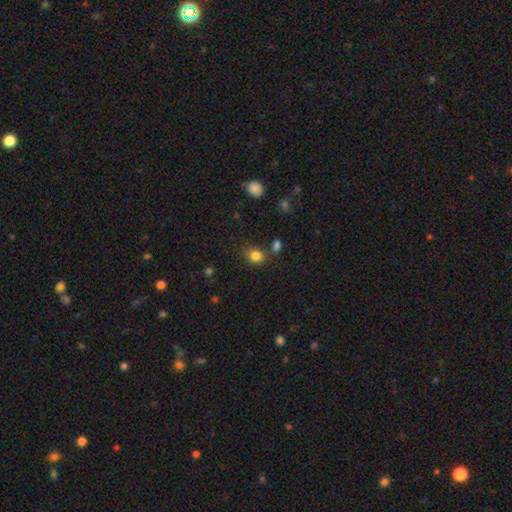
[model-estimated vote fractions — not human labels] smooth 83%, star or artifact 12%, featured or disk 5%. Down the decision tree: how rounded — round (52%); merging — none (73%).